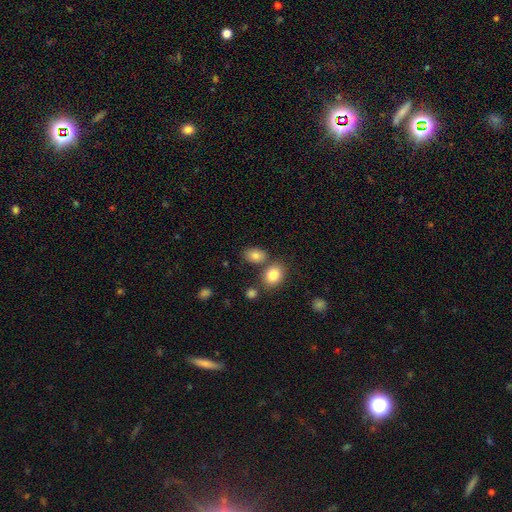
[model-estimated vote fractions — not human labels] A smooth galaxy with no disk features (82%) that is in between round and cigar-shaped (75%).

Vote fractions:
- Smooth or featured? smooth: 82% / star or artifact: 10% / featured or disk: 8%
- How rounded? in between: 75% / round: 24% / cigar-shaped: 1%
- Merging? none: 66% / merger: 19% / minor disturbance: 12% / major disturbance: 4%